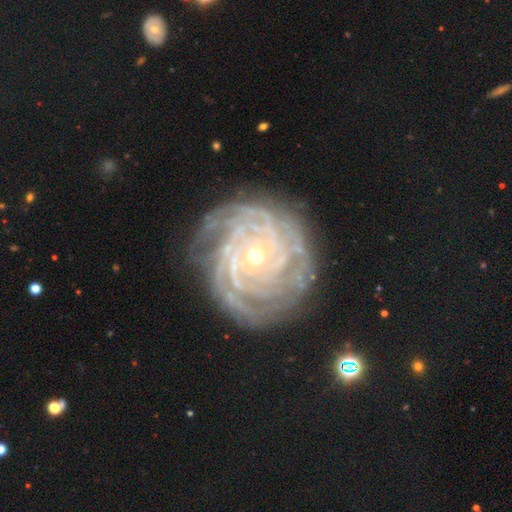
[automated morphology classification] smooth_or_featured: featured or disk (p=0.91) [alt: star or artifact p=0.05]
disk_edge_on: no (p=0.97) [alt: yes p=0.03]
bar: no (p=0.71) [alt: weak p=0.20]
has_spiral_arms: yes (p=0.98) [alt: no p=0.02]
spiral_winding: tight (p=0.84) [alt: medium p=0.14]
spiral_arm_count: more than 4 (p=0.28) [alt: 4 p=0.23]
bulge_size: small (p=0.56) [alt: moderate p=0.41]
merging: none (p=0.79) [alt: minor disturbance p=0.15]